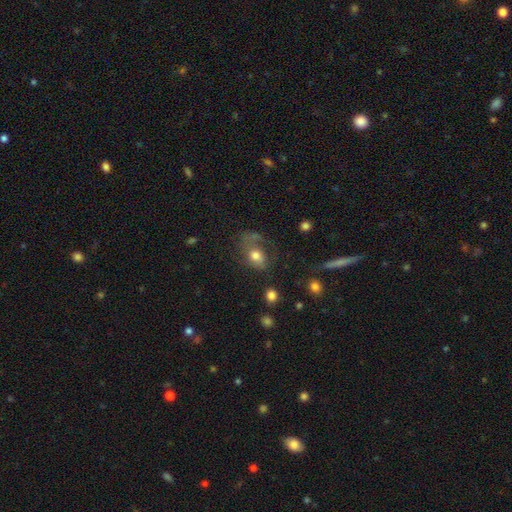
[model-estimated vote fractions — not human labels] A smooth galaxy with no disk features (65%) that is in between round and cigar-shaped (67%).

Vote fractions:
- Smooth or featured? smooth: 65% / featured or disk: 25% / star or artifact: 10%
- How rounded? in between: 67% / round: 32% / cigar-shaped: 2%
- Merging? major disturbance: 40% / none: 33% / minor disturbance: 21% / merger: 6%